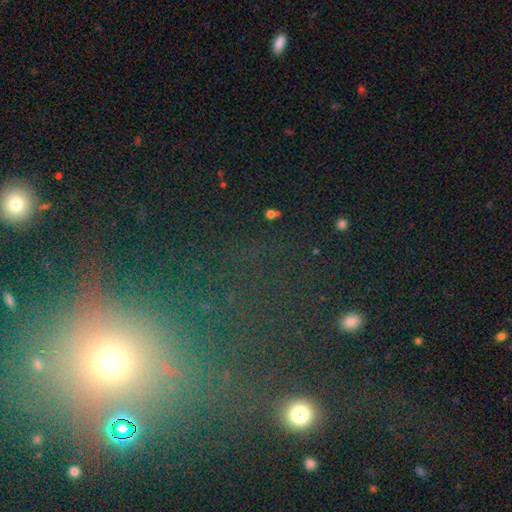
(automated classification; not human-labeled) Q: Smooth or featured?
A: star or artifact (49%); runner-up: smooth (37%)